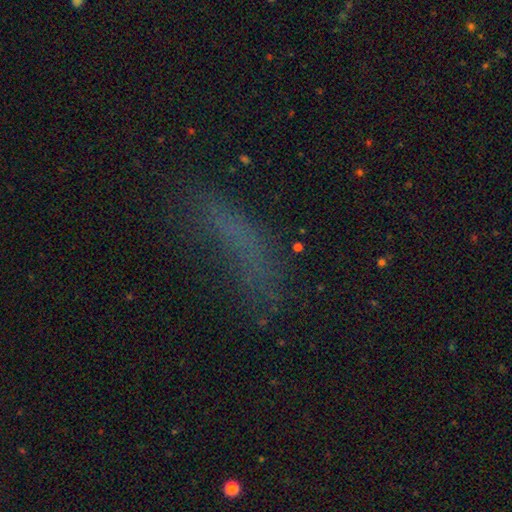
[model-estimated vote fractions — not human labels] This is possibly a smooth galaxy (46%). Merging: marginally none (42%).